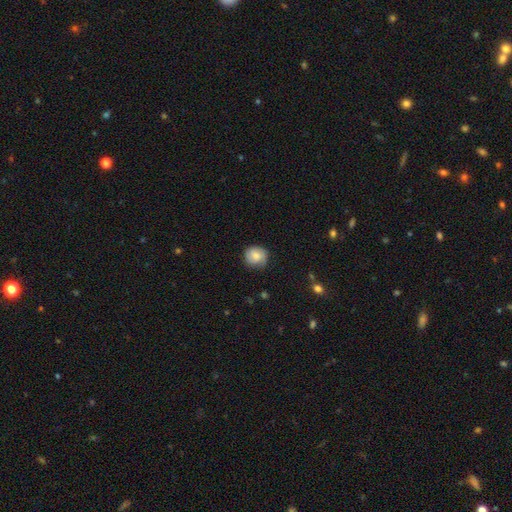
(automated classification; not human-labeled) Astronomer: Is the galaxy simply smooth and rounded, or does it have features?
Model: smooth — 69%.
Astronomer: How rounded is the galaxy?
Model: round — 86%.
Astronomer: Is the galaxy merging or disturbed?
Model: none — 74%.